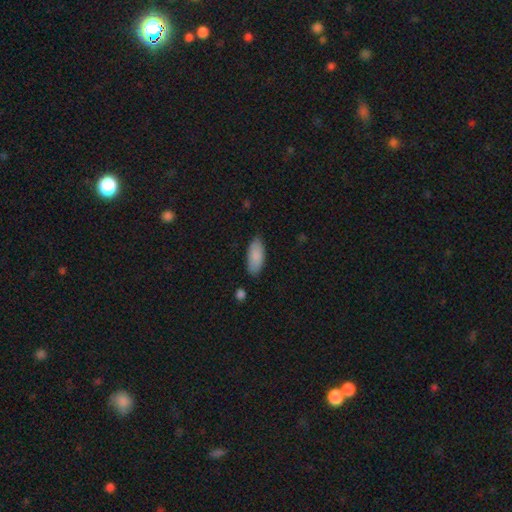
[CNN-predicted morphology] Smooth or featured? Predicted: smooth (p=0.88). How rounded? Predicted: in between (p=0.86). Merging? Predicted: none (p=0.81).